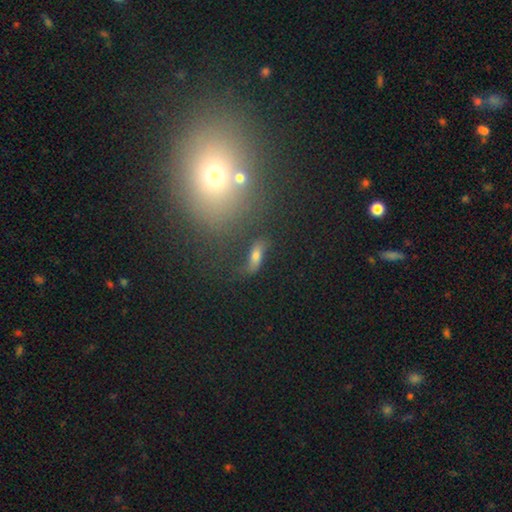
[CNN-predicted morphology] Overall: smooth (48%; featured or disk 35%). Merging: none (59%; minor disturbance 19%).